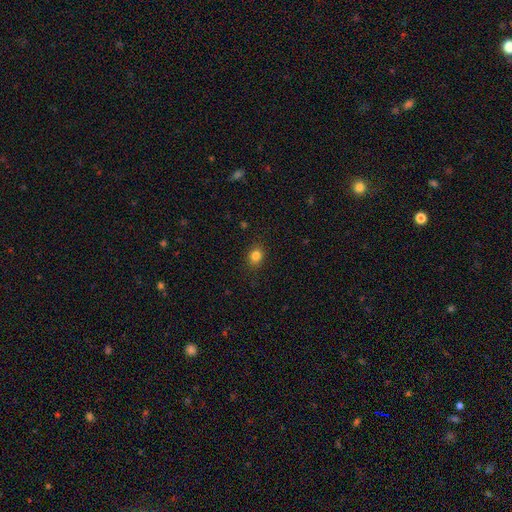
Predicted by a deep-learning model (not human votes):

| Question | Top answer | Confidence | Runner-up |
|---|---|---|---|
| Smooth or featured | smooth | 83% | star or artifact (12%) |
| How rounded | round | 64% | in between (35%) |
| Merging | none | 88% | minor disturbance (9%) |